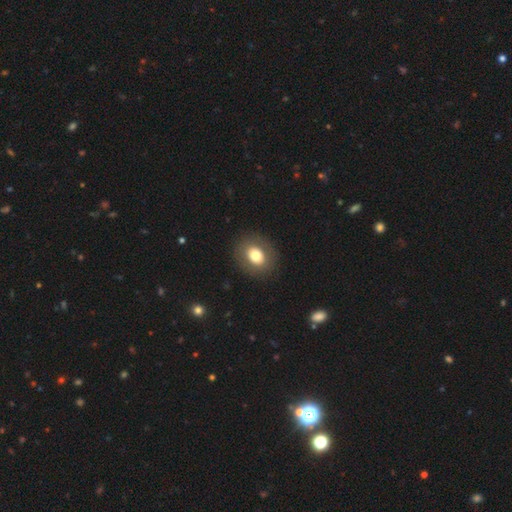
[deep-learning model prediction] smooth-or-featured: smooth: 73% | featured or disk: 19% | star or artifact: 9%
  how-rounded: round: 53% | in between: 46% | cigar-shaped: 1%
  merging: none: 88% | minor disturbance: 8% | major disturbance: 4% | merger: 1%